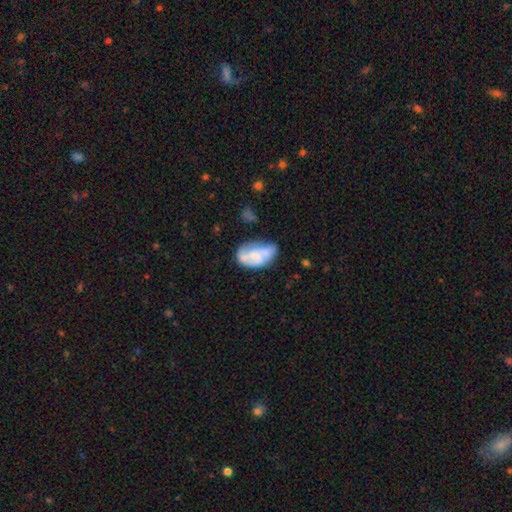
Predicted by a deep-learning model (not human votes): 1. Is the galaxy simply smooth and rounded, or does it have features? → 50% featured or disk, 43% smooth, 7% star or artifact.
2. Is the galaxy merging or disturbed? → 39% none, 32% minor disturbance, 18% major disturbance, 11% merger.